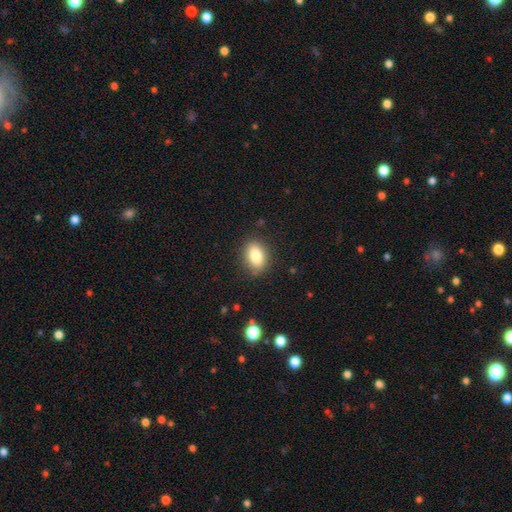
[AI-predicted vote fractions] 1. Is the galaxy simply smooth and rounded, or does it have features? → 83% smooth, 9% star or artifact, 8% featured or disk.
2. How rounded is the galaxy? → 77% in between, 21% round, 2% cigar-shaped.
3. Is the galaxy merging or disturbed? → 85% none, 11% minor disturbance, 3% major disturbance, 1% merger.